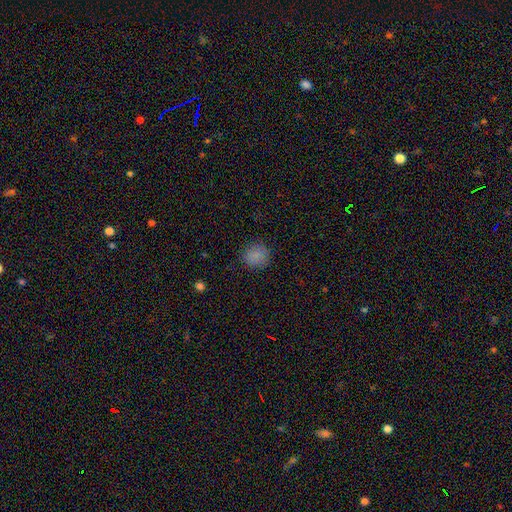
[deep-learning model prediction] The model was most divided on "smooth or featured": smooth: 83%, star or artifact: 11%, featured or disk: 5%. More confident: how rounded — round (87%); merging — none (87%).